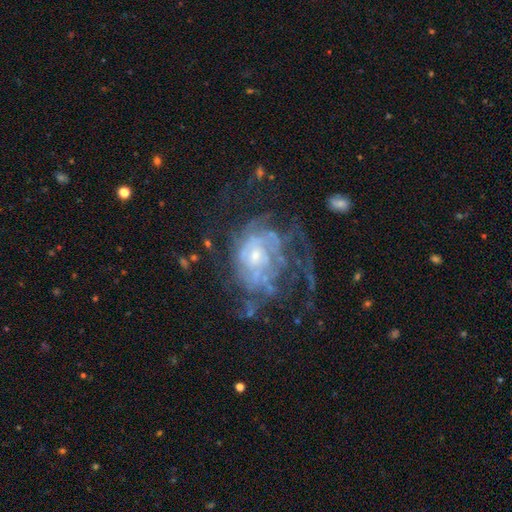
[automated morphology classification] A featured or disk galaxy (81%) with no bar (75%), tight (53%) spiral arms (76%) and a small central bulge (60%).

Vote fractions:
- Smooth or featured? featured or disk: 81% / smooth: 11% / star or artifact: 9%
- Edge-on disk? no: 97% / yes: 3%
- Bar? no: 75% / weak: 21% / strong: 5%
- Spiral arms? yes: 76% / no: 24%
- Spiral winding? tight: 53% / medium: 31% / loose: 16%
- Spiral arm count? can't tell: 54% / 2: 13% / 3: 10% / 4: 10% / more than 4: 8% / 1: 6%
- Bulge size? small: 60% / moderate: 31% / large: 4% / none: 3% / dominant: 1%
- Merging? none: 48% / major disturbance: 30% / minor disturbance: 18% / merger: 3%